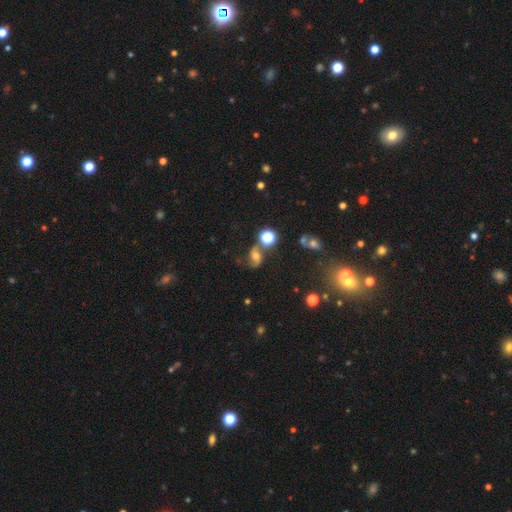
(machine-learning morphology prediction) A featured or disk galaxy (55%) with no bar (55%), spiral arms (86%) and a moderate central bulge (54%).

Vote fractions:
- Smooth or featured? featured or disk: 55% / smooth: 27% / star or artifact: 18%
- Edge-on disk? no: 96% / yes: 4%
- Bar? no: 55% / weak: 32% / strong: 13%
- Spiral arms? yes: 86% / no: 14%
- Bulge size? moderate: 54% / small: 20% / large: 16% / none: 6% / dominant: 3%
- Merging? none: 58% / minor disturbance: 18% / merger: 13% / major disturbance: 11%